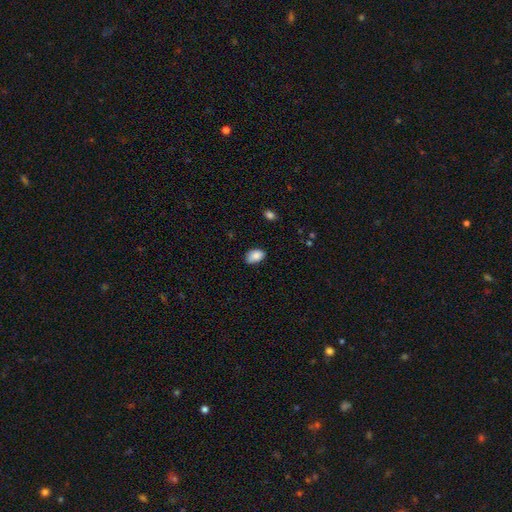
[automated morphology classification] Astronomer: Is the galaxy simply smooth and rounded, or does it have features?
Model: smooth — 86%.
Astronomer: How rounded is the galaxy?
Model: in between — 88%.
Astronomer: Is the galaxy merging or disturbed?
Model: none — 75%.